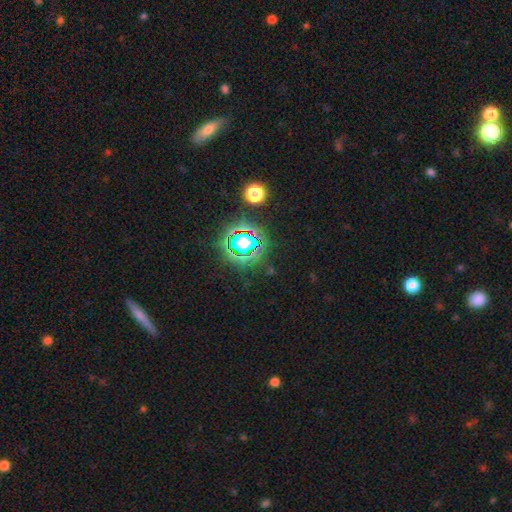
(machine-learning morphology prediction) The model was most divided on "smooth or featured": star or artifact: 75%, smooth: 16%, featured or disk: 9%.